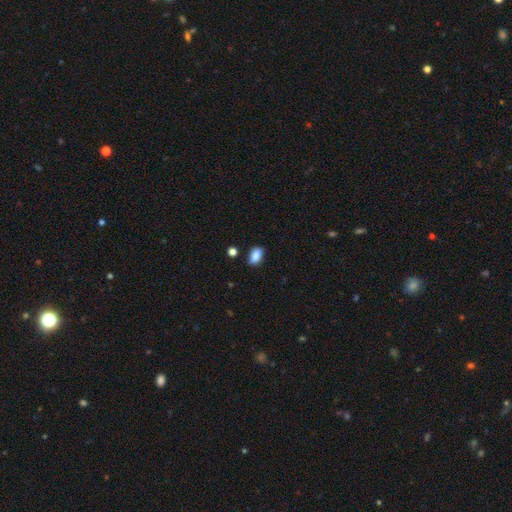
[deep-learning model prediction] Smooth or featured: smooth — 87% (star or artifact — 8%)
How rounded: in between — 89% (round — 9%)
Merging: none — 82% (minor disturbance — 12%)